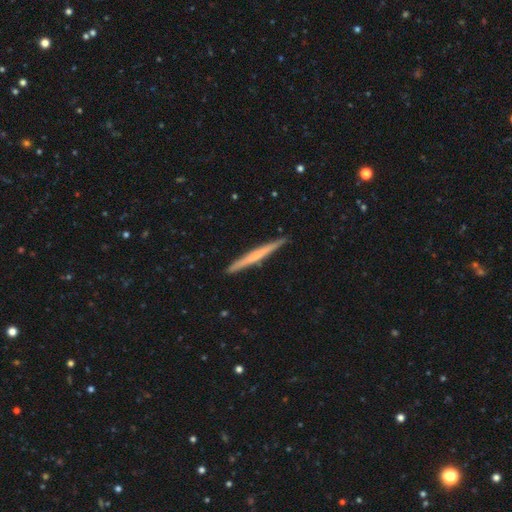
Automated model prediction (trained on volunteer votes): Q: Smooth or featured?
A: featured or disk (51%); runner-up: smooth (44%)
Q: Edge-on disk?
A: yes (98%); runner-up: no (2%)
Q: Edge-on bulge?
A: none (72%); runner-up: rounded (20%)
Q: Merging?
A: none (92%); runner-up: minor disturbance (6%)